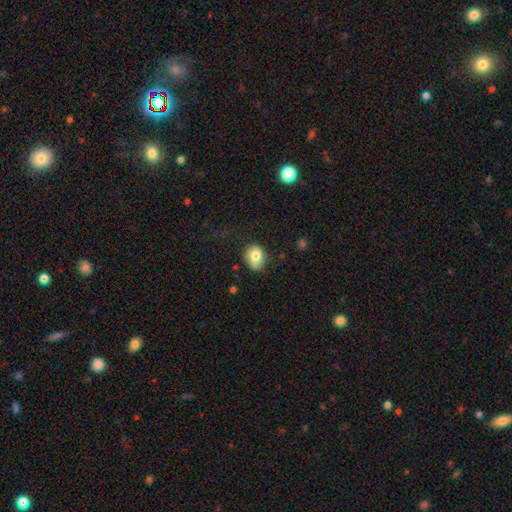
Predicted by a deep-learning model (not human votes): Smooth or featured? smooth (75%)
How rounded? round (54%)
Merging? none (57%)